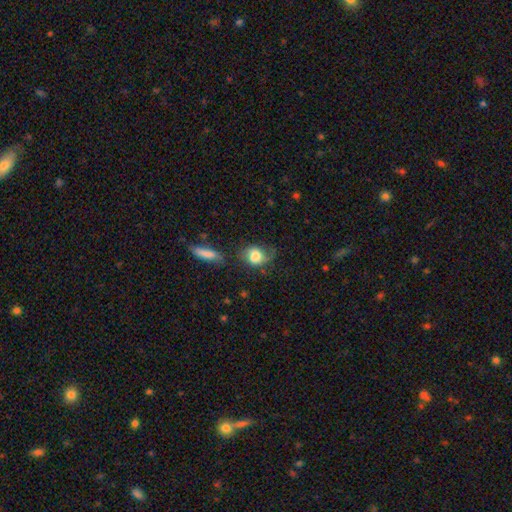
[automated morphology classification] This is likely a smooth galaxy (73%). How rounded: possibly round (53%). Merging: possibly none (49%).